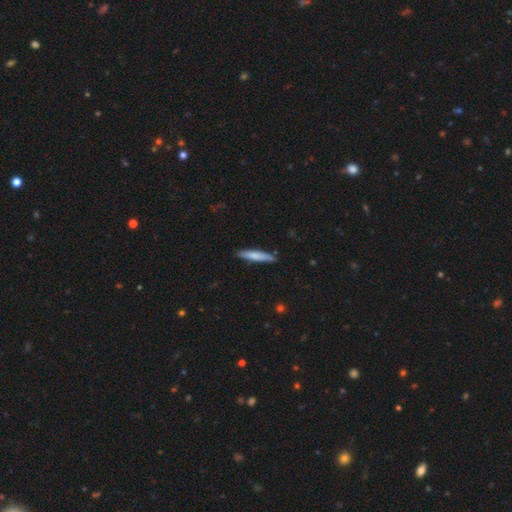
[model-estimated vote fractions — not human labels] A smooth galaxy with no disk features (71%) that is cigar-shaped (91%).

Vote fractions:
- Smooth or featured? smooth: 71% / featured or disk: 23% / star or artifact: 5%
- How rounded? cigar-shaped: 91% / in between: 8% / round: 1%
- Merging? none: 87% / minor disturbance: 10% / major disturbance: 2% / merger: 2%